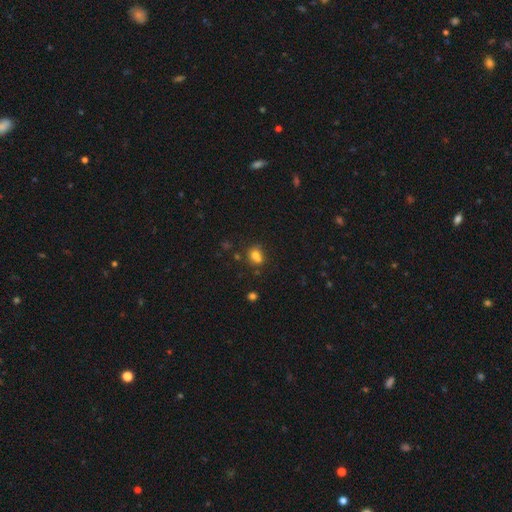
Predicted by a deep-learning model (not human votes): smooth 74%, star or artifact 15%, featured or disk 12%. Down the decision tree: how rounded — round (56%); merging — none (46%).